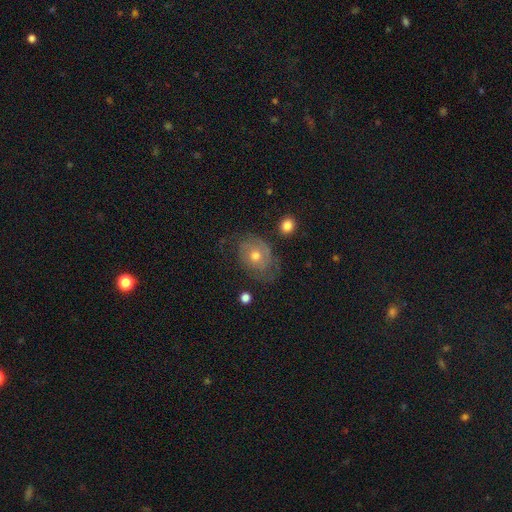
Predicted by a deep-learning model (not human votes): Q: Smooth or featured?
A: featured or disk (59%); runner-up: smooth (31%)
Q: Edge-on disk?
A: no (95%); runner-up: yes (5%)
Q: Bar?
A: no (84%); runner-up: weak (14%)
Q: Spiral arms?
A: yes (71%); runner-up: no (29%)
Q: Bulge size?
A: moderate (71%); runner-up: small (23%)
Q: Merging?
A: none (59%); runner-up: minor disturbance (24%)